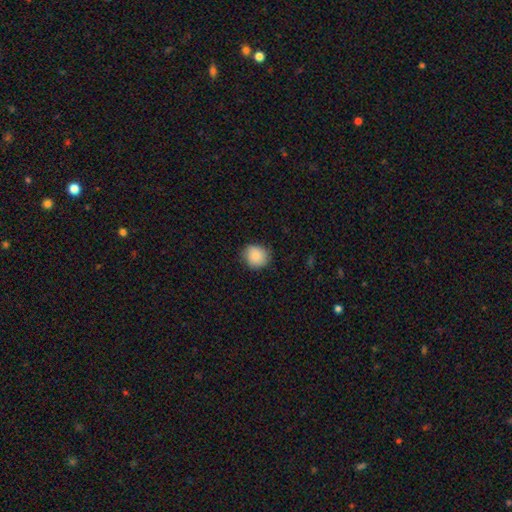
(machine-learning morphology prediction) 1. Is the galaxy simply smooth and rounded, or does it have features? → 84% smooth, 8% featured or disk, 8% star or artifact.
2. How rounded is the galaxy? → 83% round, 16% in between, 1% cigar-shaped.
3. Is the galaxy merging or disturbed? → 79% none, 17% minor disturbance, 3% major disturbance, 1% merger.